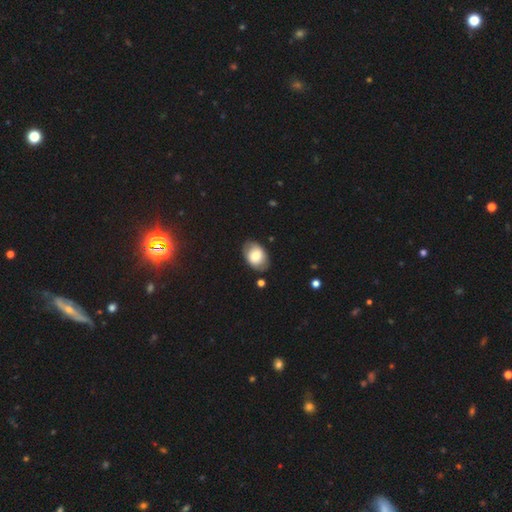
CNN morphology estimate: This appears to be a smooth galaxy with no disk features (73%) that is in between round and cigar-shaped (83%). Merging: none (79%).